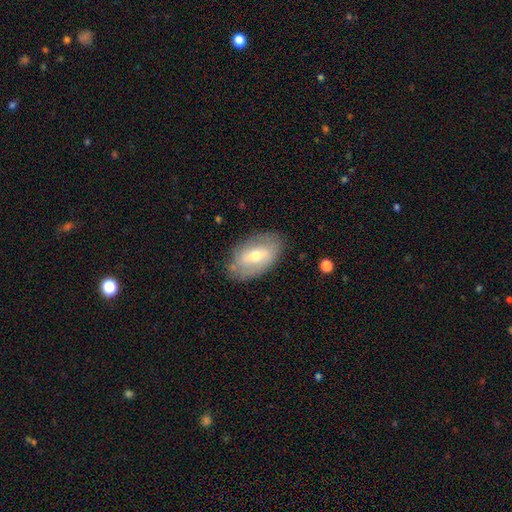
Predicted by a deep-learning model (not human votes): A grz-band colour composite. It shows a featured or disk galaxy (47%). Merging: none (77%).